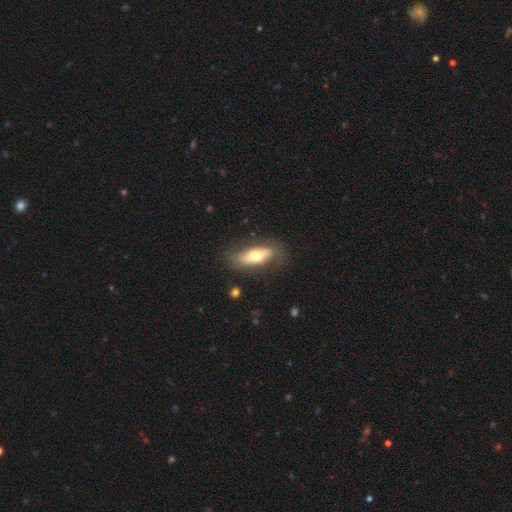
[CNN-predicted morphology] Smooth or featured? Predicted: smooth (p=0.56). How rounded? Predicted: in between (p=0.69). Merging? Predicted: none (p=0.77).